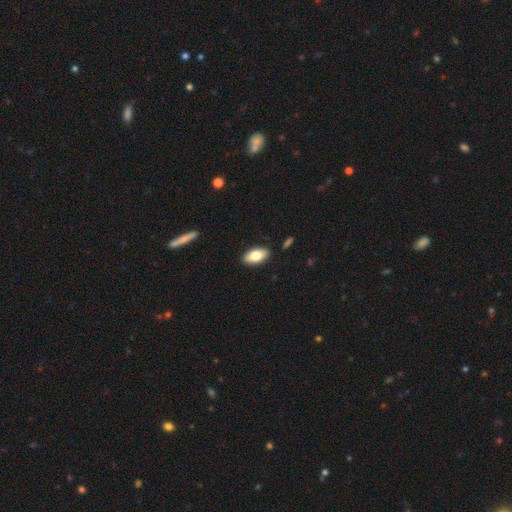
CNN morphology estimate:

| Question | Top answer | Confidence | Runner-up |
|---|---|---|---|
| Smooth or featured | smooth | 79% | featured or disk (15%) |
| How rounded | in between | 93% | cigar-shaped (4%) |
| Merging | none | 88% | minor disturbance (8%) |